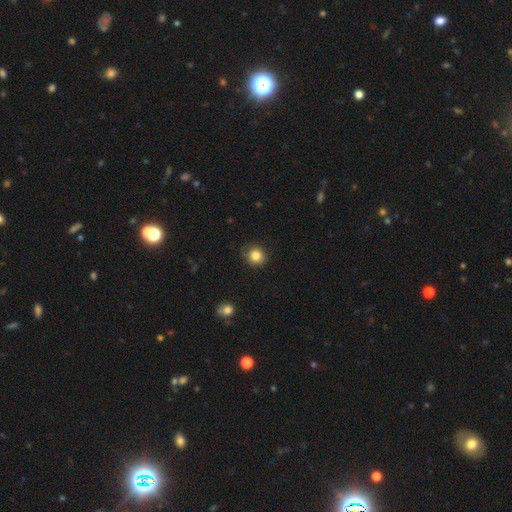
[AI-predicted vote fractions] Q: Smooth or featured?
A: smooth (84%); runner-up: star or artifact (11%)
Q: How rounded?
A: round (90%); runner-up: in between (9%)
Q: Merging?
A: none (84%); runner-up: minor disturbance (13%)